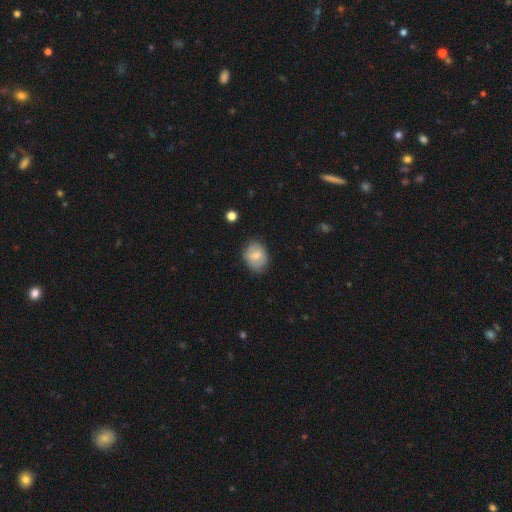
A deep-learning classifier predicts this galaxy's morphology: type=smooth (71%); roundness=in between (63%); merging=none (74%).